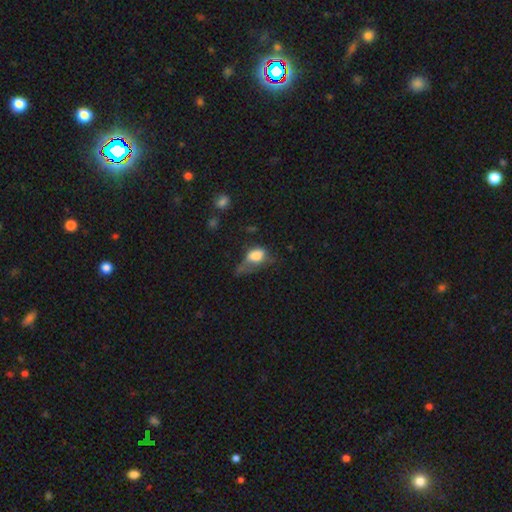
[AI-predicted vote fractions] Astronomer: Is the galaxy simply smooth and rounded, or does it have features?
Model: smooth — 74%.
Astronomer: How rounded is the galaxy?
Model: in between — 80%.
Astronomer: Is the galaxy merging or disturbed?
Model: major disturbance — 51% (runner-up: minor disturbance, 26%).